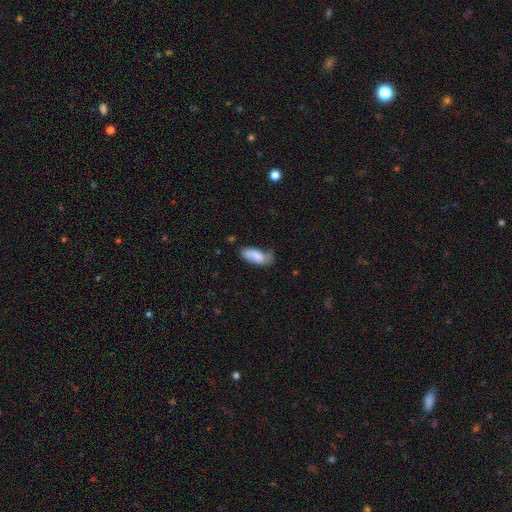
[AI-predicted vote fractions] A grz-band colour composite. It shows a smooth galaxy with no disk features (71%) that is in between round and cigar-shaped (86%). Merging: none (43%).